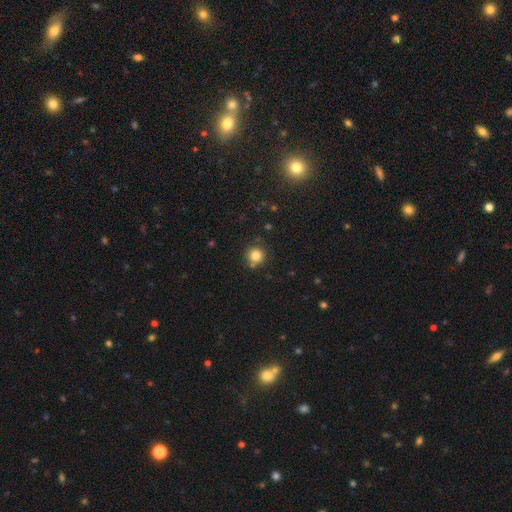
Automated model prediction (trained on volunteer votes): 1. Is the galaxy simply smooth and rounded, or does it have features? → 82% smooth, 12% star or artifact, 6% featured or disk.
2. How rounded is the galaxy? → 93% round, 6% in between, 1% cigar-shaped.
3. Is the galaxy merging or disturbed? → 78% none, 11% minor disturbance, 7% merger, 3% major disturbance.